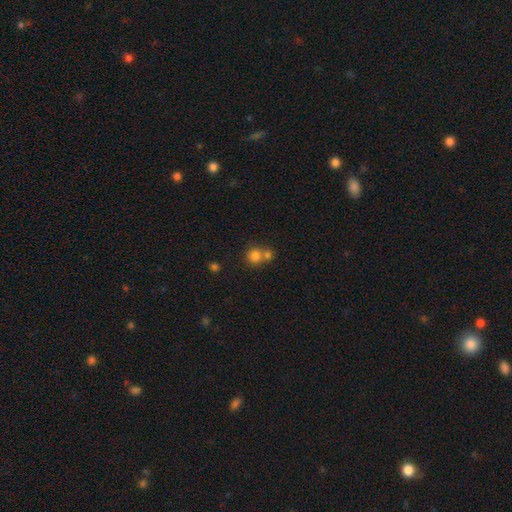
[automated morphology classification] A smooth galaxy with no disk features (78%) that is round (84%).

Vote fractions:
- Smooth or featured? smooth: 78% / star or artifact: 12% / featured or disk: 9%
- How rounded? round: 84% / in between: 15% / cigar-shaped: 1%
- Merging? merger: 48% / none: 42% / minor disturbance: 7% / major disturbance: 3%